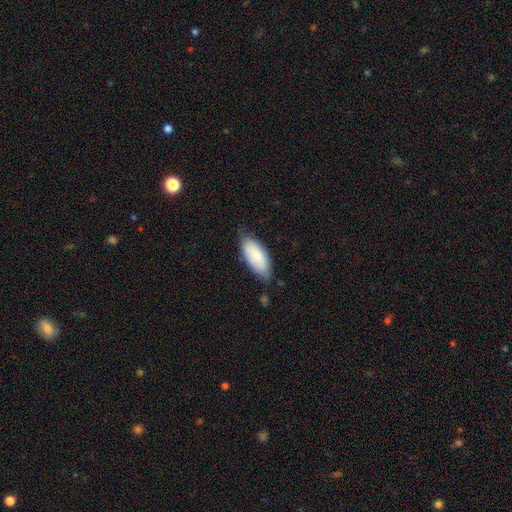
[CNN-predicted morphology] smooth_or_featured: smooth (p=0.81) [alt: featured or disk p=0.13]
how_rounded: in between (p=0.87) [alt: cigar-shaped p=0.11]
merging: none (p=0.68) [alt: minor disturbance p=0.26]